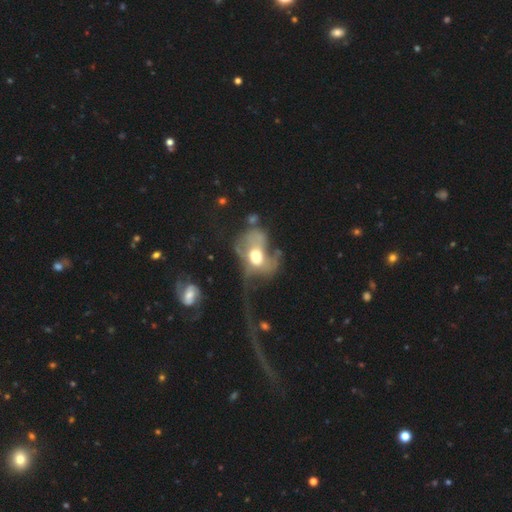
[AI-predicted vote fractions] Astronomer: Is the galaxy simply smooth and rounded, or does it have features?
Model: featured or disk — 54% (runner-up: smooth, 36%).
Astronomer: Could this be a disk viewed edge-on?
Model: no — 95%.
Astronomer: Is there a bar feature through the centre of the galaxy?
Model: no — 76%.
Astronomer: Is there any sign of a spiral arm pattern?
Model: no — 67%.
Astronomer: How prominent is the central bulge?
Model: moderate — 56% (runner-up: large, 32%).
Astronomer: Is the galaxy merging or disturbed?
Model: major disturbance — 62%.